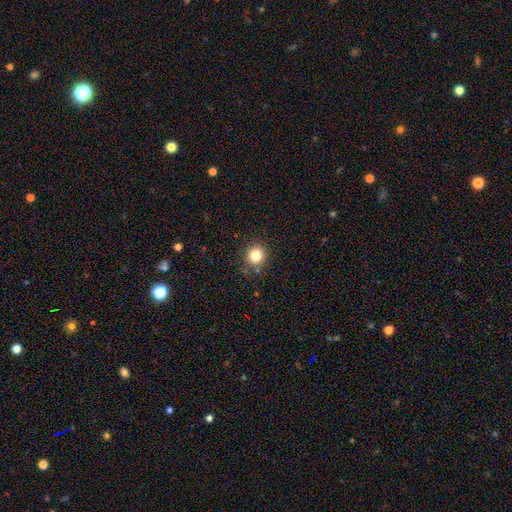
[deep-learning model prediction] A smooth galaxy with no disk features (81%) that is round (91%). Merging: none (87%).